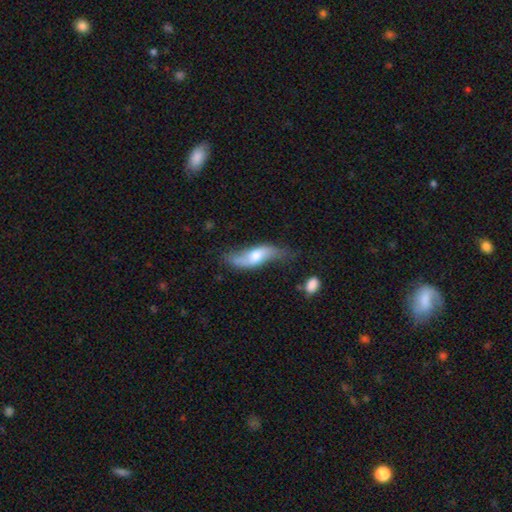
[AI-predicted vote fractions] Smooth or featured? featured or disk (54%)
Edge-on disk? no (74%)
Merging? none (49%)